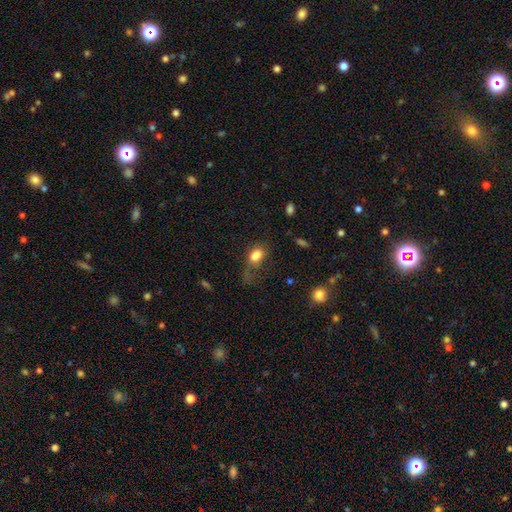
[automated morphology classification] Overall: smooth (78%). How rounded: in between (82%). Merging: major disturbance (41%; none 31%).